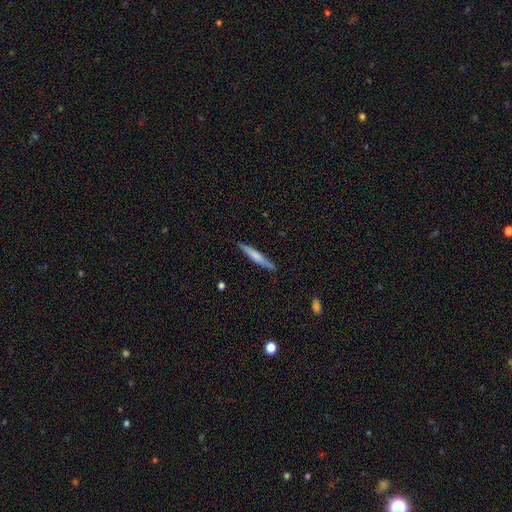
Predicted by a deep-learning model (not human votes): Q: Smooth or featured?
A: smooth (64%); runner-up: featured or disk (30%)
Q: How rounded?
A: cigar-shaped (94%); runner-up: in between (4%)
Q: Merging?
A: none (88%); runner-up: minor disturbance (9%)